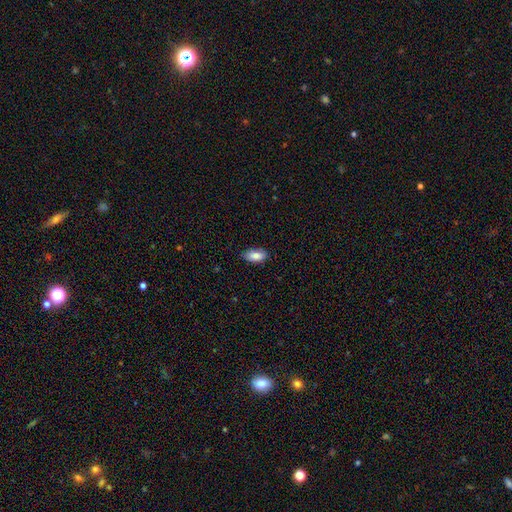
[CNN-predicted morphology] The model was most divided on "merging": none: 82%, minor disturbance: 14%, major disturbance: 2%, merger: 1%. More confident: how rounded — in between (92%); smooth or featured — smooth (85%).